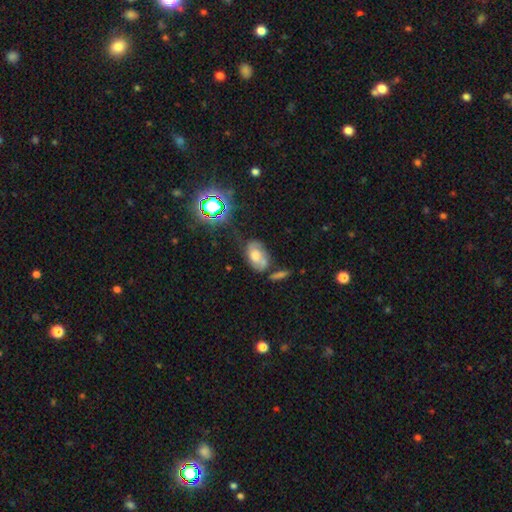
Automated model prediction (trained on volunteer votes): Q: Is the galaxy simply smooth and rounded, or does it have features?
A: smooth — 45%.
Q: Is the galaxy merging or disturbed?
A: none — 47%.